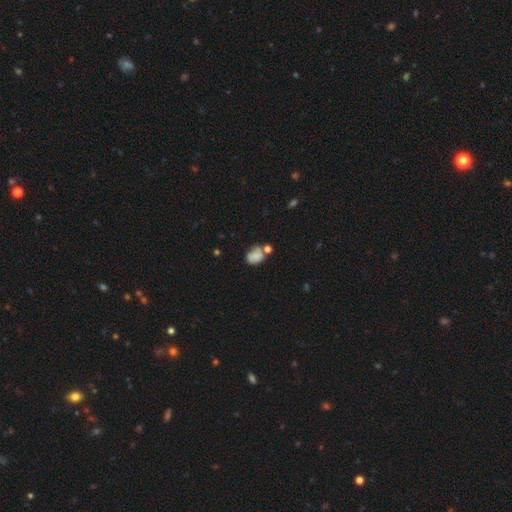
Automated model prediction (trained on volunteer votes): The model was most divided on "merging": none: 41%, merger: 28%, minor disturbance: 22%, major disturbance: 9%. More confident: smooth or featured — smooth (73%); how rounded — in between (63%).